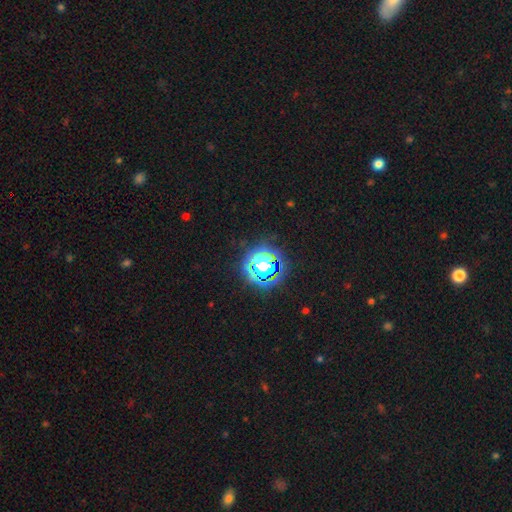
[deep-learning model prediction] Smooth or featured?
  - star or artifact: 61% *
  - smooth: 26%
  - featured or disk: 12%